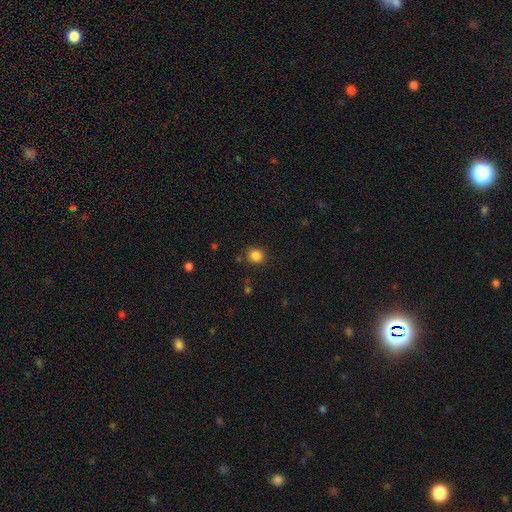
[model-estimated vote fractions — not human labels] Overall: smooth (85%). How rounded: round (81%). Merging: none (85%).